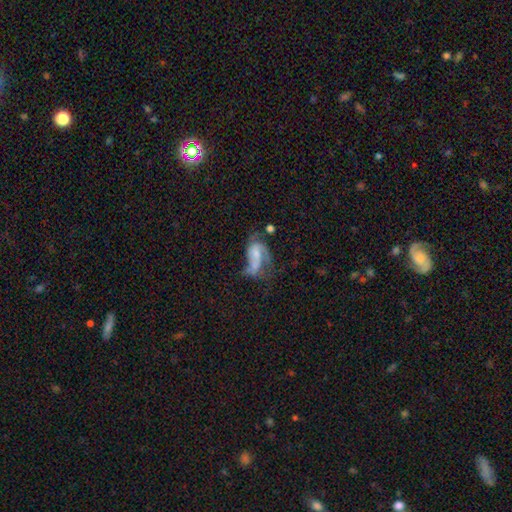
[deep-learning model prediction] Morphology: type=featured or disk (67%); edge-on=no (96%); bar=no (57%); spiral arms=yes (77%); bulge=small (44%); merging=major disturbance (38%).